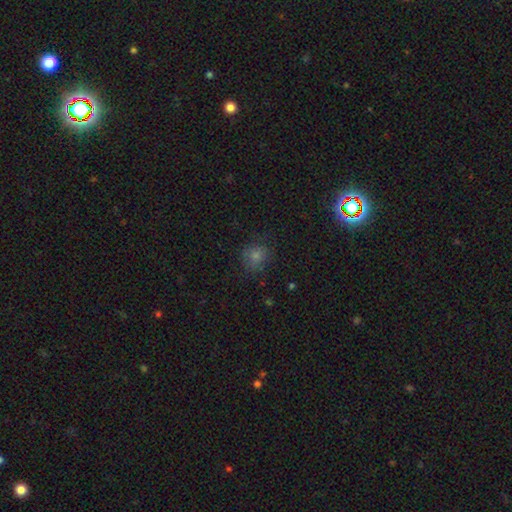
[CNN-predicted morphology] smooth-or-featured: smooth: 63% | star or artifact: 28% | featured or disk: 8%
  how-rounded: round: 84% | in between: 15% | cigar-shaped: 1%
  merging: none: 80% | minor disturbance: 14% | major disturbance: 4% | merger: 1%